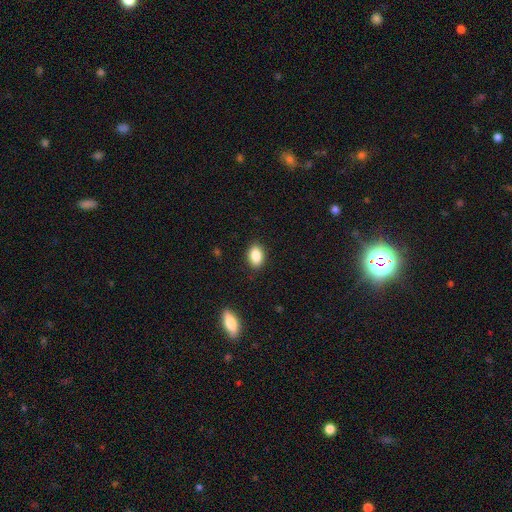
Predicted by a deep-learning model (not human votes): This is clearly a smooth galaxy (87%). How rounded: clearly in between (84%). Merging: clearly none (87%).